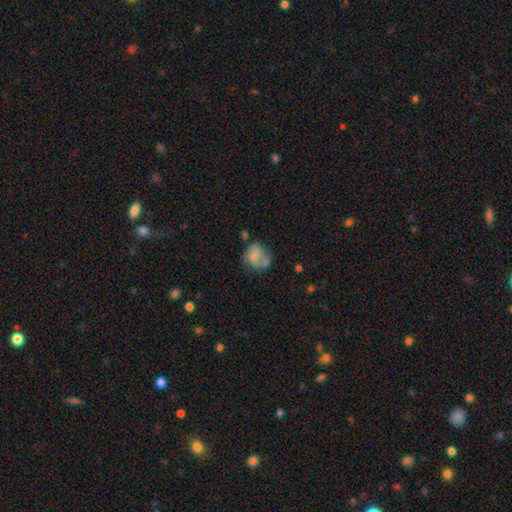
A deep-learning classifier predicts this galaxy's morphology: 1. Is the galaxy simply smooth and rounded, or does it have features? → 47% featured or disk, 45% smooth, 9% star or artifact.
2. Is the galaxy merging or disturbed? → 40% none, 25% minor disturbance, 24% major disturbance, 11% merger.